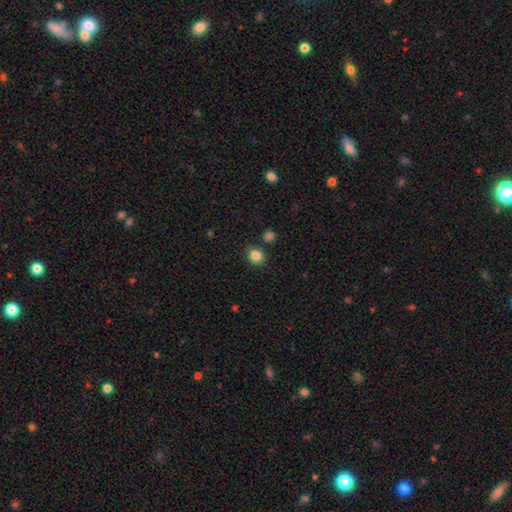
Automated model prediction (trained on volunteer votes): Q: Smooth or featured?
A: smooth (85%); runner-up: star or artifact (11%)
Q: How rounded?
A: round (75%); runner-up: in between (24%)
Q: Merging?
A: none (85%); runner-up: minor disturbance (8%)